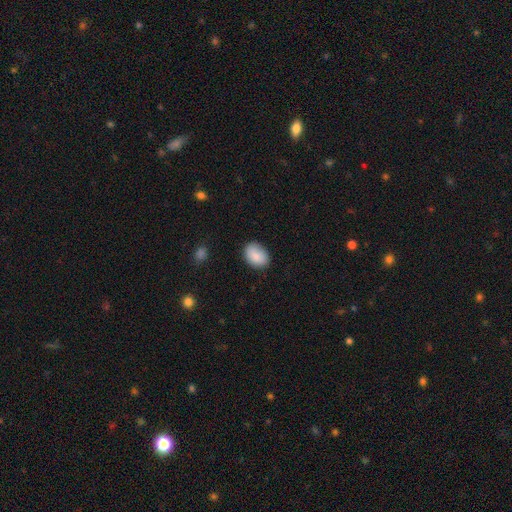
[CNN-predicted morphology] The model was most divided on "how rounded": in between: 78%, round: 21%, cigar-shaped: 1%. More confident: smooth or featured — smooth (87%); merging — none (80%).